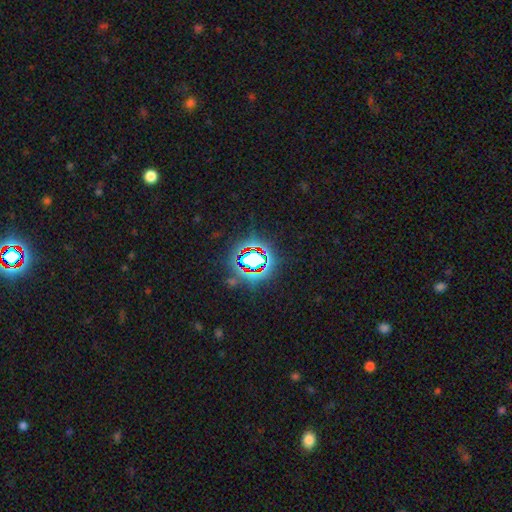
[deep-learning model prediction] smooth_or_featured: star or artifact (p=0.74) [alt: smooth p=0.16]